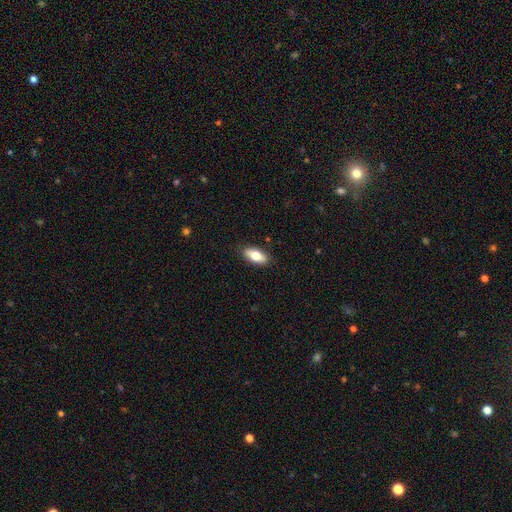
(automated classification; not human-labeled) A smooth galaxy with no disk features (75%) that is in between round and cigar-shaped (86%). Merging: none (88%).